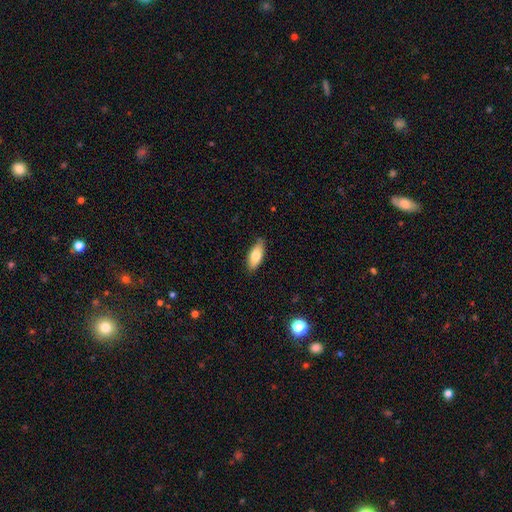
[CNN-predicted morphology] smooth-or-featured: smooth: 76% | featured or disk: 18% | star or artifact: 6%
  how-rounded: in between: 82% | cigar-shaped: 16% | round: 2%
  merging: none: 83% | minor disturbance: 14% | major disturbance: 2% | merger: 1%